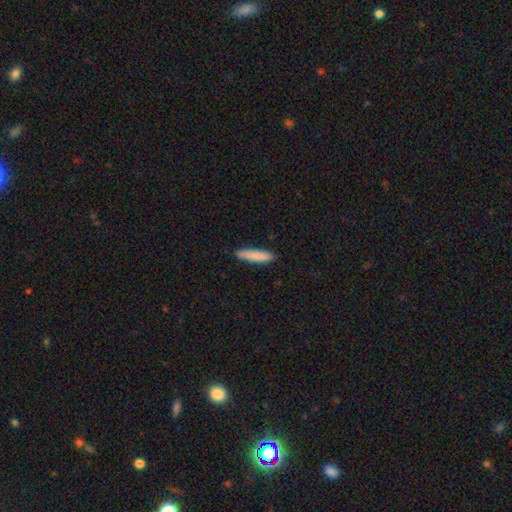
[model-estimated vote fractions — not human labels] This appears to be a smooth galaxy with no disk features (86%) that is cigar-shaped (86%). Merging: none (88%).